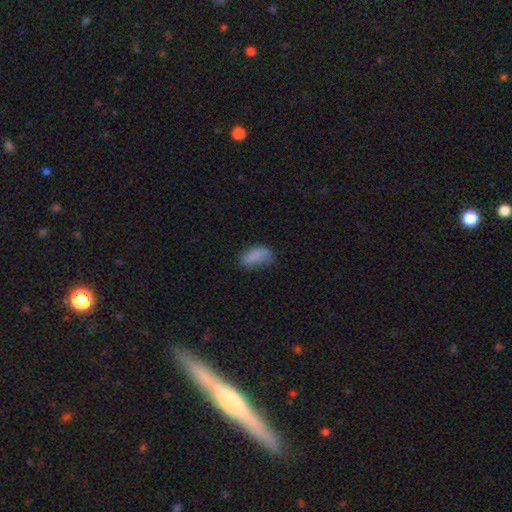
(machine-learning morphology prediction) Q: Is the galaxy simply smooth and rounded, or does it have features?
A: smooth — 83%.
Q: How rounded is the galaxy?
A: in between — 87%.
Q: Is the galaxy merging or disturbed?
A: none — 54%.